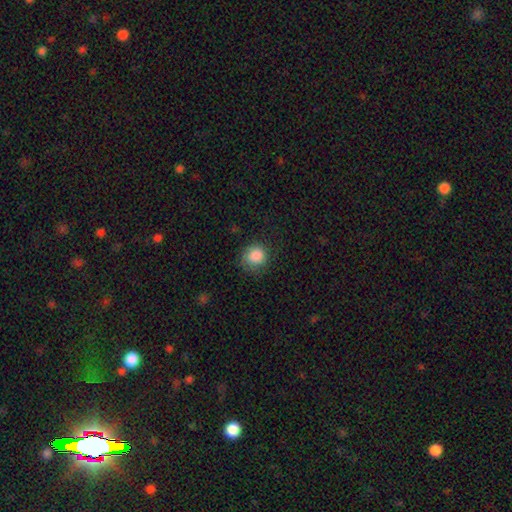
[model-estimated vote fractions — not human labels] smooth 87%, star or artifact 8%, featured or disk 5%. Down the decision tree: how rounded — round (86%); merging — none (71%).